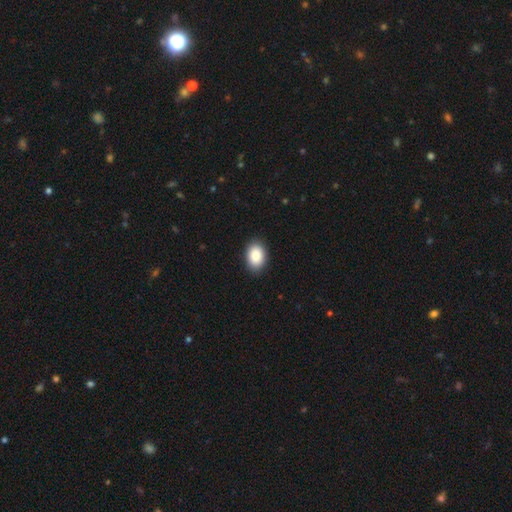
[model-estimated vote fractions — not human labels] The model was most divided on "how rounded": in between: 84%, round: 15%, cigar-shaped: 1%. More confident: merging — none (89%); smooth or featured — smooth (88%).